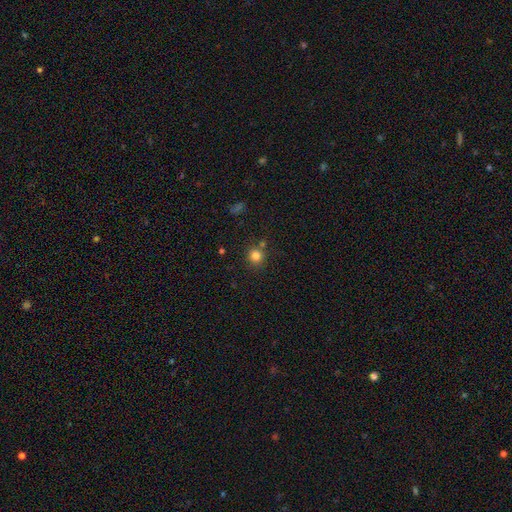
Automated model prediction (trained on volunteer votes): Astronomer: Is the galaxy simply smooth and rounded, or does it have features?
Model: smooth — 82%.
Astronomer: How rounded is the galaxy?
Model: round — 92%.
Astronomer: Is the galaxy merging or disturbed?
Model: none — 77%.